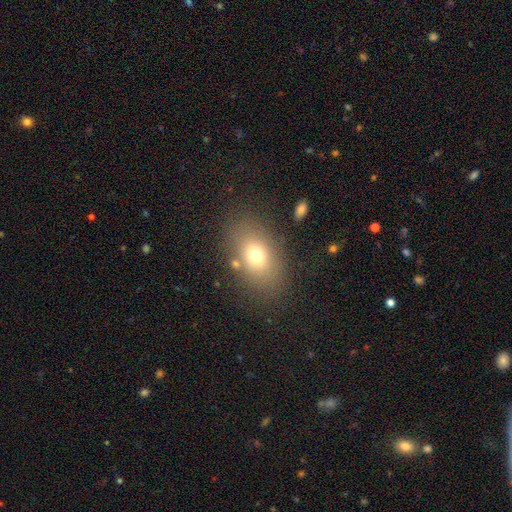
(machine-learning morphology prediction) The model was most divided on "smooth or featured": smooth: 70%, featured or disk: 17%, star or artifact: 13%. More confident: how rounded — in between (79%); merging — none (78%).